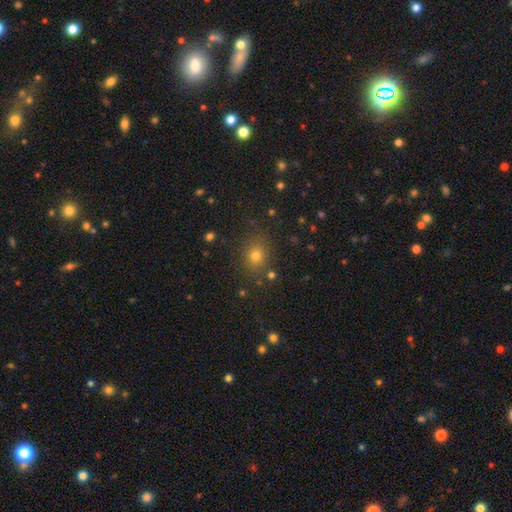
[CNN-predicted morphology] A smooth galaxy with no disk features (72%) that is round (72%). Merging: none (84%).